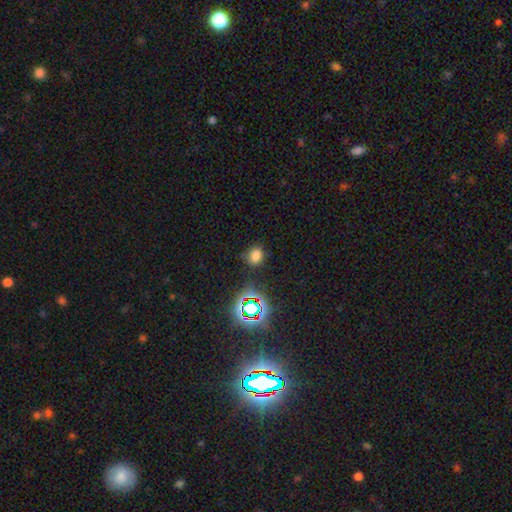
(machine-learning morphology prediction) This is likely a smooth galaxy (71%). How rounded: possibly round (55%). Merging: likely none (74%).